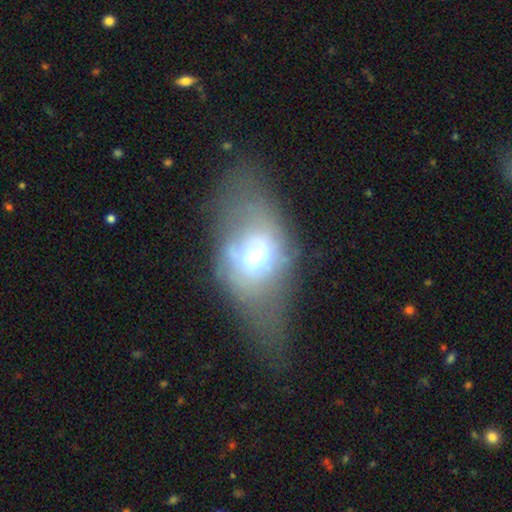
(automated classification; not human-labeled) smooth_or_featured: smooth (p=0.43) [tied with: featured or disk p=0.43]
merging: none (p=0.41) [alt: major disturbance p=0.32]